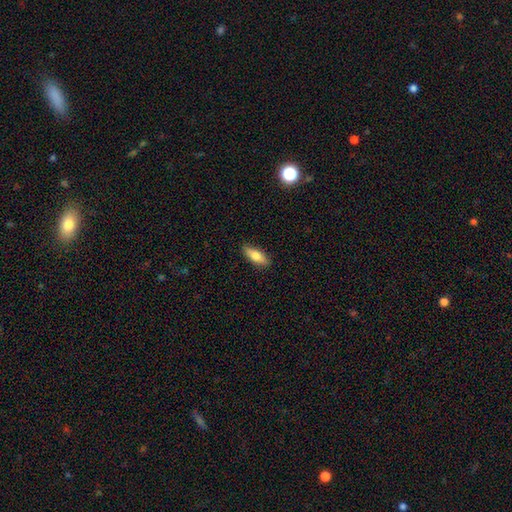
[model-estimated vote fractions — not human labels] This appears to be a smooth galaxy with no disk features (73%) that is in between round and cigar-shaped (67%). Merging: none (86%).